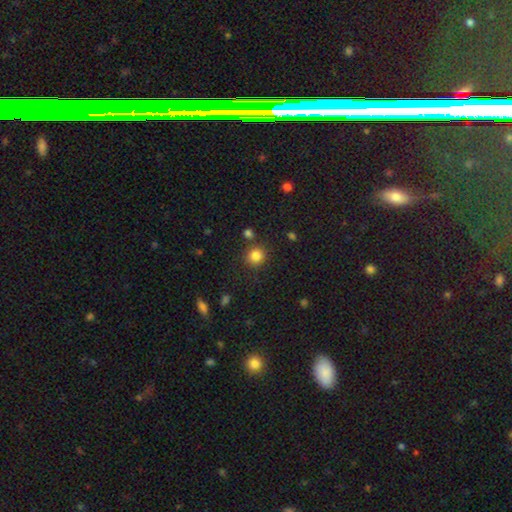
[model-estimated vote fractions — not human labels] Q: Smooth or featured?
A: smooth (84%); runner-up: star or artifact (11%)
Q: How rounded?
A: round (89%); runner-up: in between (10%)
Q: Merging?
A: none (83%); runner-up: minor disturbance (9%)